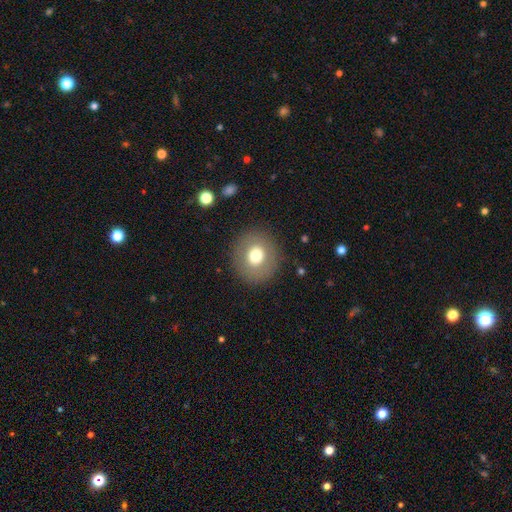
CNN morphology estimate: The model was most divided on "smooth or featured": smooth: 68%, featured or disk: 22%, star or artifact: 10%. More confident: how rounded — round (88%); merging — none (88%).